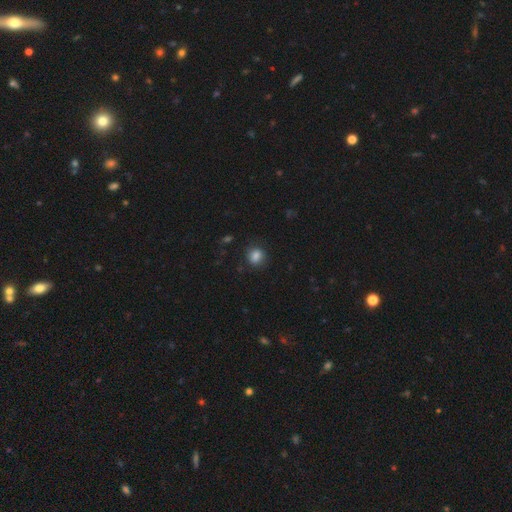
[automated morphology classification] Smooth or featured? smooth (84%)
How rounded? round (67%)
Merging? none (79%)